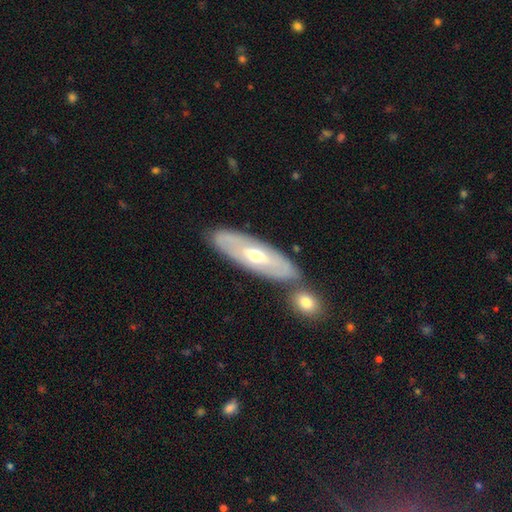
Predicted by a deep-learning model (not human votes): Smooth or featured?
  - featured or disk: 62% *
  - smooth: 33%
  - star or artifact: 5%
Edge-on disk?
  - no: 73% *
  - yes: 27%
Merging?
  - none: 74% *
  - minor disturbance: 13%
  - merger: 10%
  - major disturbance: 3%